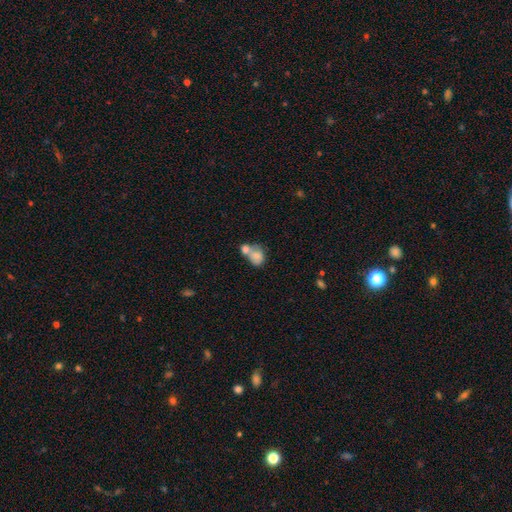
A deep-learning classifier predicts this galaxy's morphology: smooth 72%, featured or disk 19%, star or artifact 8%. Down the decision tree: how rounded — in between (56%); merging — merger (62%).